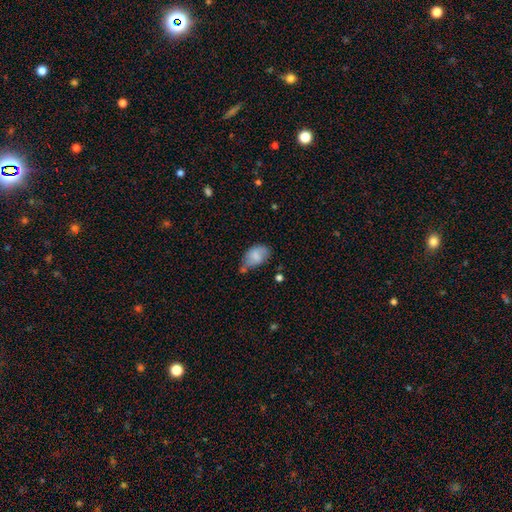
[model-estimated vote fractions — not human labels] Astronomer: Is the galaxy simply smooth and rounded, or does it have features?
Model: smooth — 77%.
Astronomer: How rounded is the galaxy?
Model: in between — 85%.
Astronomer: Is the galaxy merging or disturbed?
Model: minor disturbance — 38%, tied with none at 38%.